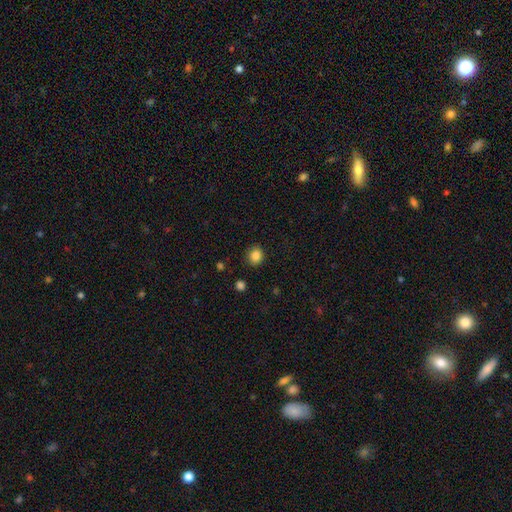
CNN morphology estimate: This appears to be a smooth galaxy with no disk features (86%) that is round (75%). Merging: none (88%).